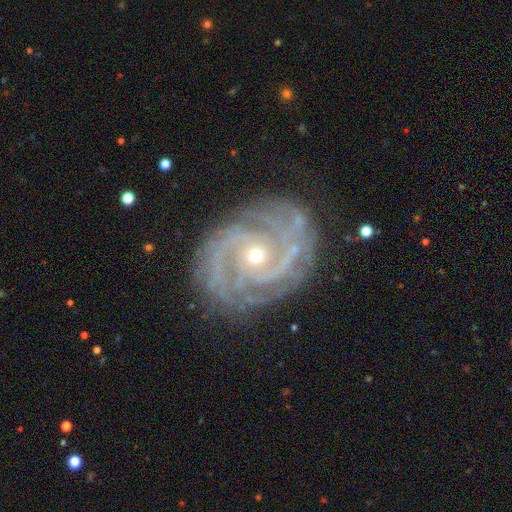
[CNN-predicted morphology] featured or disk 91%, star or artifact 5%, smooth 3%. Down the decision tree: edge-on disk — no (97%); bar — no (62%); spiral arms — yes (98%); spiral arm count — 2 (39%); spiral winding — tight (72%); bulge size — small (58%); merging — none (80%).